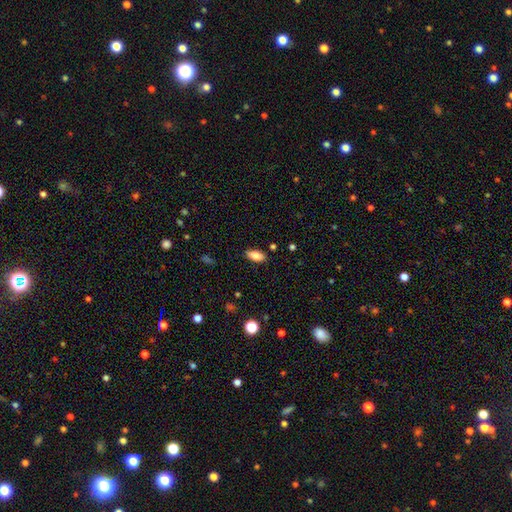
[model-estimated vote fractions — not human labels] A smooth galaxy with no disk features (86%) that is in between round and cigar-shaped (88%). Merging: none (84%).